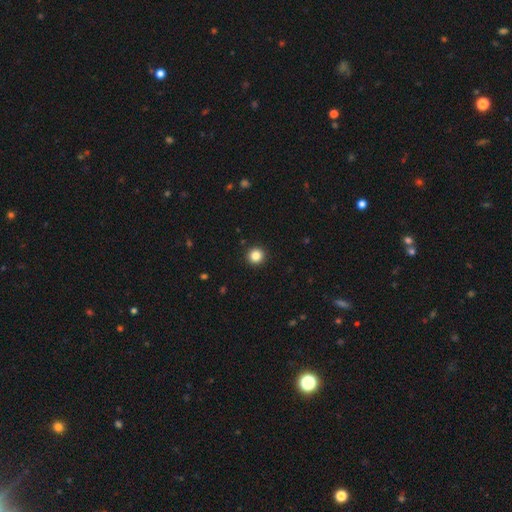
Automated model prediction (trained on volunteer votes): smooth 84%, star or artifact 12%, featured or disk 4%. Down the decision tree: how rounded — round (94%); merging — none (93%).